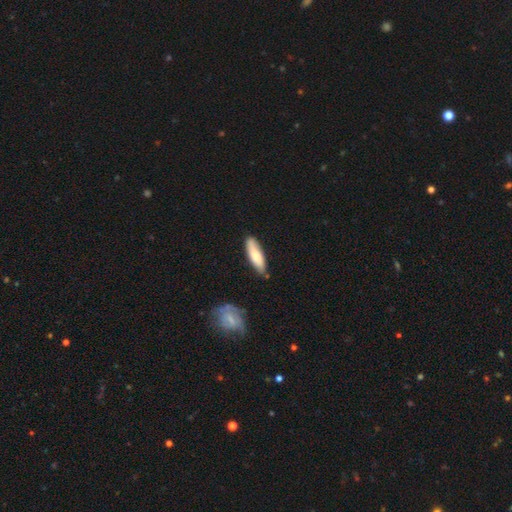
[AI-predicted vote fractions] Morphology: type=smooth (73%); roundness=cigar-shaped (57%); merging=none (75%).